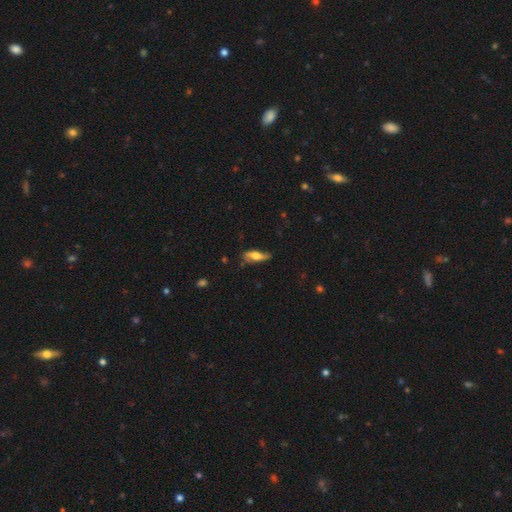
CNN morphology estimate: smooth-or-featured: smooth: 51% | featured or disk: 42% | star or artifact: 7%
  how-rounded: in between: 58% | cigar-shaped: 40% | round: 3%
  merging: none: 59% | minor disturbance: 29% | major disturbance: 9% | merger: 3%